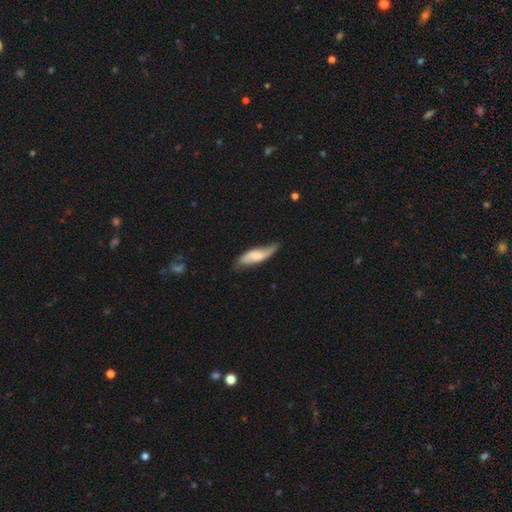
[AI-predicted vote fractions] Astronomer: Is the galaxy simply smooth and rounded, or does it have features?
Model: featured or disk — 49% (runner-up: smooth, 45%).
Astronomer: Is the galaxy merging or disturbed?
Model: none — 60%.